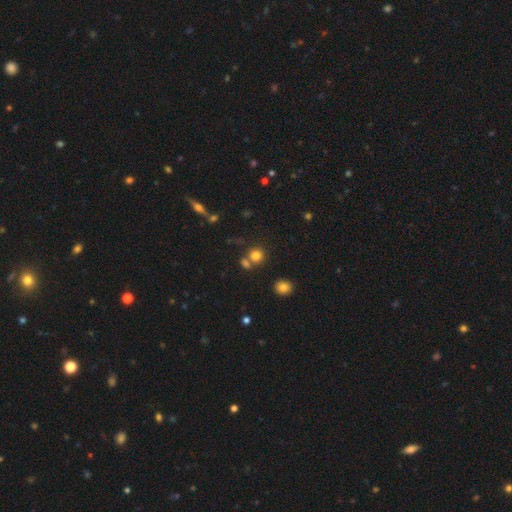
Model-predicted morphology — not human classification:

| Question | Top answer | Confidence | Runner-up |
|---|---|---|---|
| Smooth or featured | smooth | 78% | star or artifact (14%) |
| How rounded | round | 87% | in between (11%) |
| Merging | none | 63% | merger (25%) |